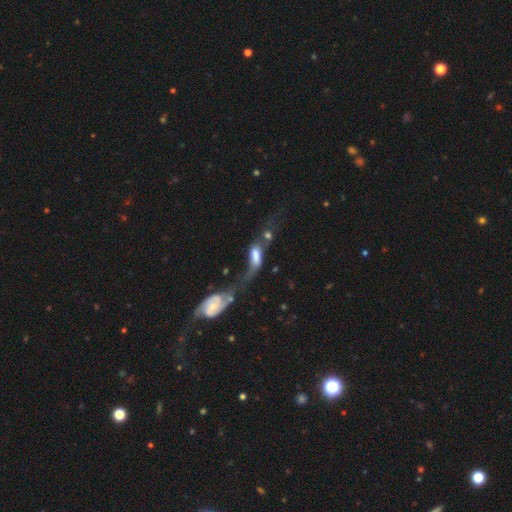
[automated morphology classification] type=featured or disk (48%); merging=merger (59%).